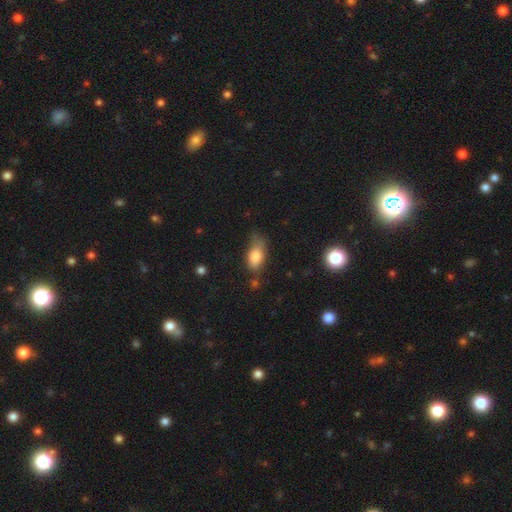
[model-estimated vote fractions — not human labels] Morphology: type=smooth (81%); roundness=in between (88%); merging=none (43%).